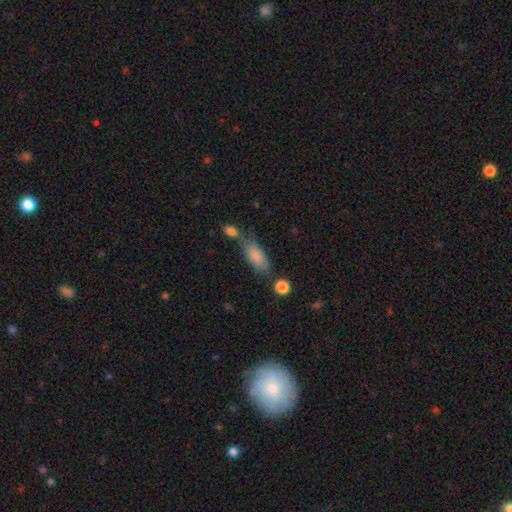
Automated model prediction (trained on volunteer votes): Smooth or featured: smooth — 82% (featured or disk — 11%)
How rounded: in between — 82% (cigar-shaped — 15%)
Merging: none — 49% (merger — 24%)